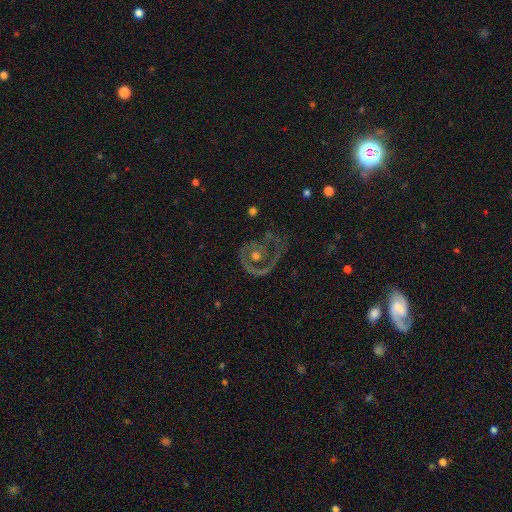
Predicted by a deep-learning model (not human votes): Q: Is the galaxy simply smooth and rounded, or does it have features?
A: featured or disk — 71%.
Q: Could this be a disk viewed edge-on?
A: no — 97%.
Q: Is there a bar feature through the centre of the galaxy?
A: no — 83%.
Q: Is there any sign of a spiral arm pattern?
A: yes — 51%.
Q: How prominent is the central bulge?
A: moderate — 63%.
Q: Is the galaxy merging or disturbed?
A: none — 48%.